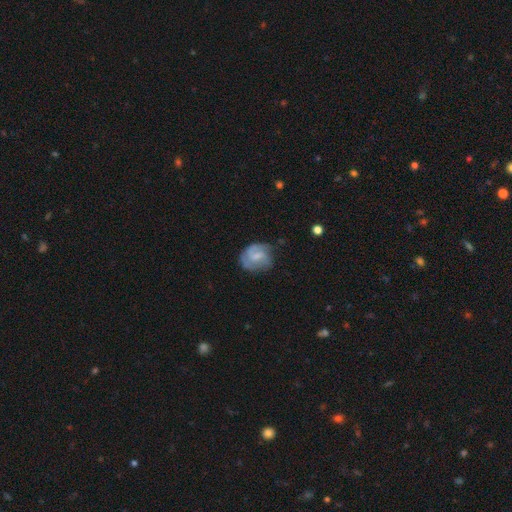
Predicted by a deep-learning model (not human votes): This is likely a featured or disk galaxy (63%). It is clearly not viewed edge-on (98%). Bar: possibly weak (53%). Spiral arm pattern: clearly yes (85%). Spiral arm count: possibly 2 (49%). Spiral winding: marginally medium (41%, tied with tight). Central bulge: marginally small (38%). Merging: possibly none (57%).